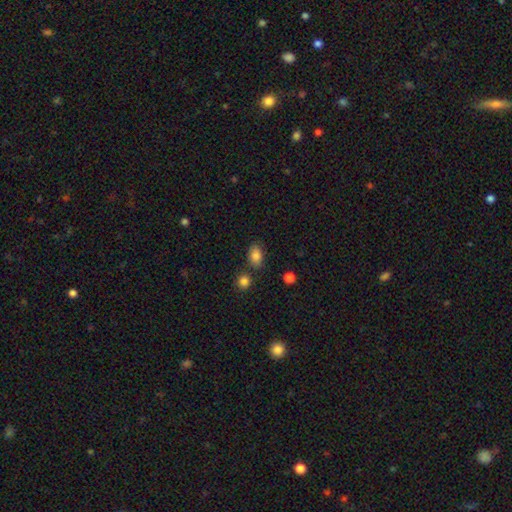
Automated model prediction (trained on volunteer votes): Overall: smooth (84%). How rounded: in between (84%). Merging: none (75%).